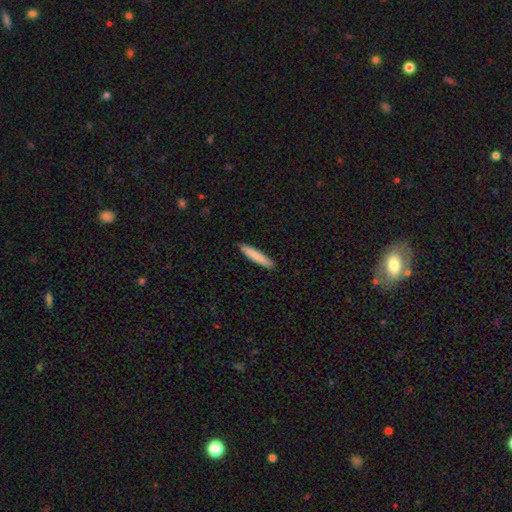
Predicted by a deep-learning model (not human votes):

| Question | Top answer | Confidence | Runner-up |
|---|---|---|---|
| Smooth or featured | smooth | 83% | featured or disk (11%) |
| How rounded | cigar-shaped | 92% | in between (7%) |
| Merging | none | 91% | minor disturbance (7%) |